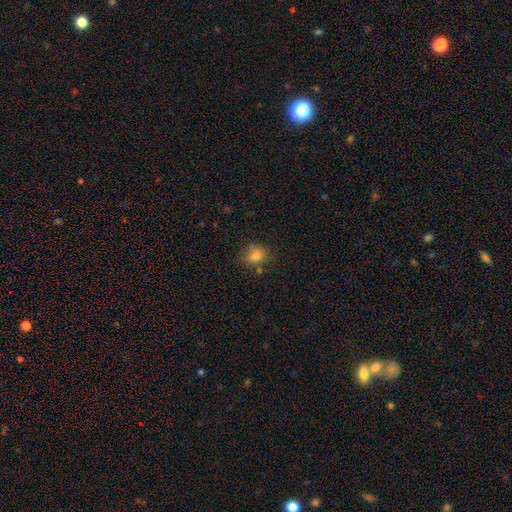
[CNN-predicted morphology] This appears to be a smooth galaxy with no disk features (78%) that is round (62%). Merging: none (67%).